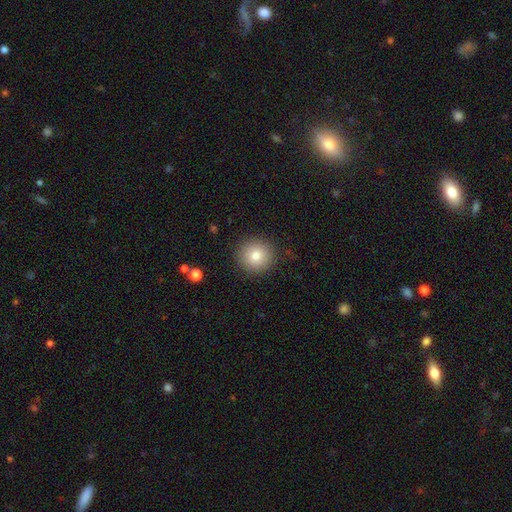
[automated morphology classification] smooth_or_featured: smooth (p=0.80) [alt: star or artifact p=0.10]
how_rounded: round (p=0.94) [alt: in between p=0.05]
merging: none (p=0.90) [alt: minor disturbance p=0.06]